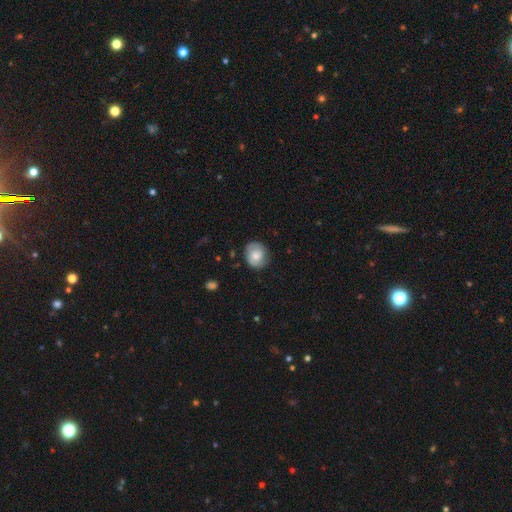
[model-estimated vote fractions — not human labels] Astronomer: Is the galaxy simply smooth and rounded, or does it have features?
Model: smooth — 52% (runner-up: featured or disk, 40%).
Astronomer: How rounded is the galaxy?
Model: round — 76%.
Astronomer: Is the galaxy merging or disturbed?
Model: none — 77%.